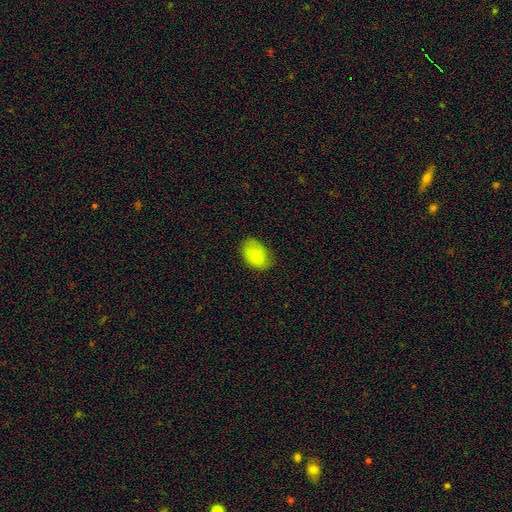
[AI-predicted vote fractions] Smooth or featured: smooth — 82% (featured or disk — 11%)
How rounded: in between — 84% (round — 15%)
Merging: none — 72% (minor disturbance — 22%)